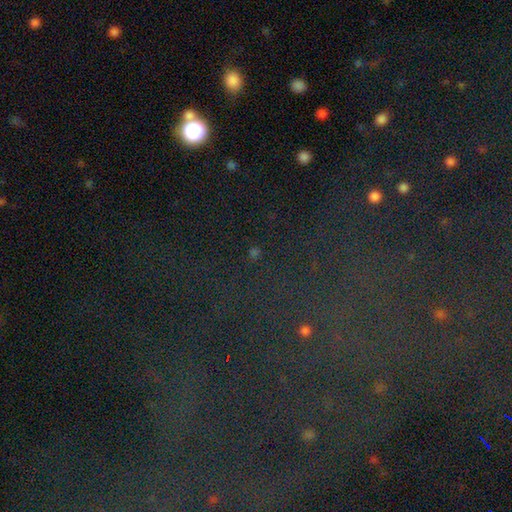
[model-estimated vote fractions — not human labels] Overall: star or artifact (73%).